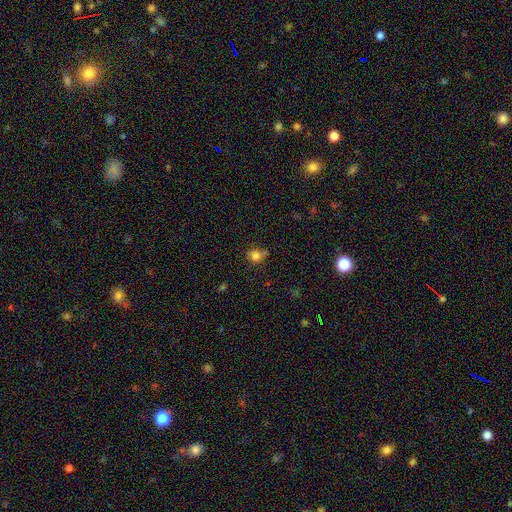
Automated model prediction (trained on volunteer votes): Smooth or featured? Predicted: smooth (p=0.80). How rounded? Predicted: round (p=0.86). Merging? Predicted: none (p=0.63).